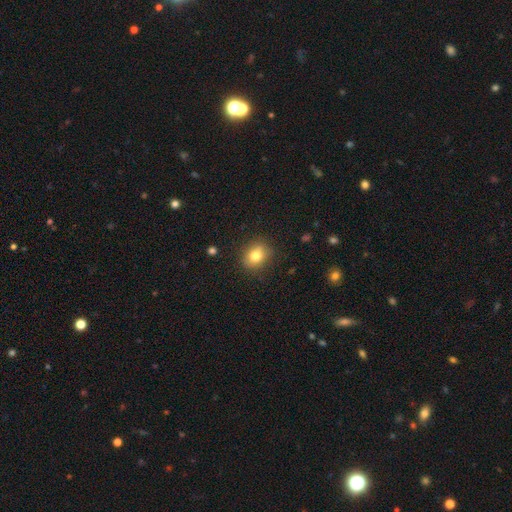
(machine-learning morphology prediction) Smooth or featured?
  - smooth: 79% *
  - featured or disk: 11%
  - star or artifact: 10%
How rounded?
  - round: 55% *
  - in between: 44%
  - cigar-shaped: 1%
Merging?
  - none: 85% *
  - minor disturbance: 11%
  - major disturbance: 3%
  - merger: 1%